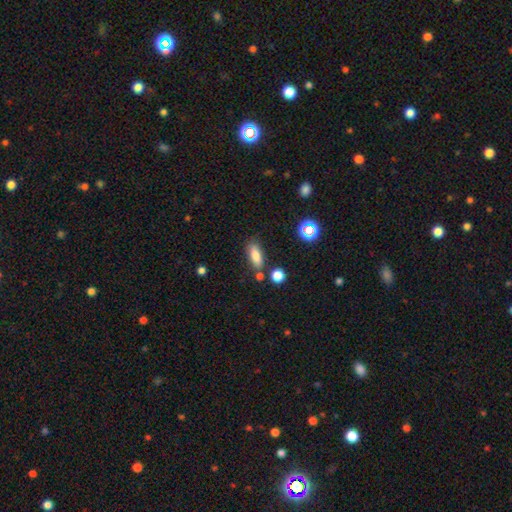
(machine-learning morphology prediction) Smooth or featured? smooth (78%)
How rounded? in between (67%)
Merging? none (71%)